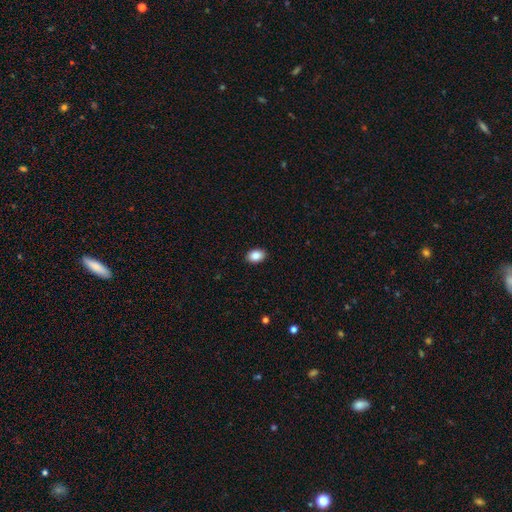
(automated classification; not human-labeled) A smooth galaxy with no disk features (87%) that is in between round and cigar-shaped (82%).

Vote fractions:
- Smooth or featured? smooth: 87% / star or artifact: 8% / featured or disk: 6%
- How rounded? in between: 82% / round: 17% / cigar-shaped: 1%
- Merging? none: 91% / minor disturbance: 7% / major disturbance: 2% / merger: 1%